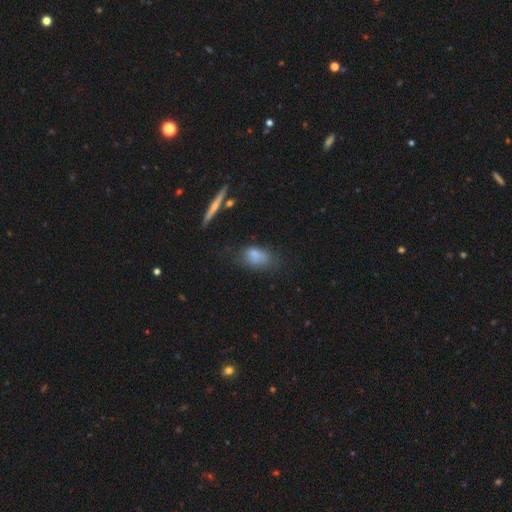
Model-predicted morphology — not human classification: This is likely a smooth galaxy (76%). How rounded: clearly in between (86%). Merging: possibly none (49%).